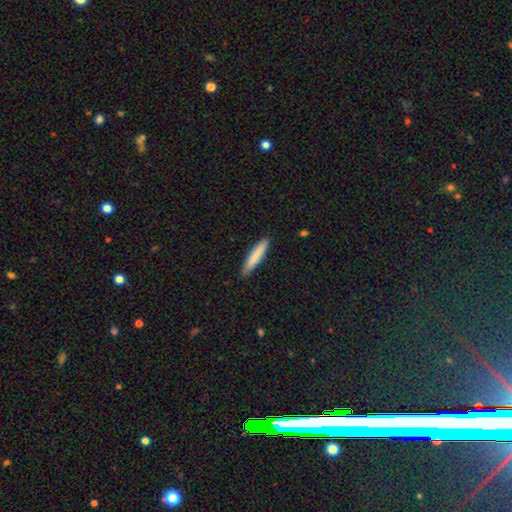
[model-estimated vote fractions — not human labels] smooth 82%, featured or disk 13%, star or artifact 6%. Down the decision tree: how rounded — cigar-shaped (91%); merging — none (89%).